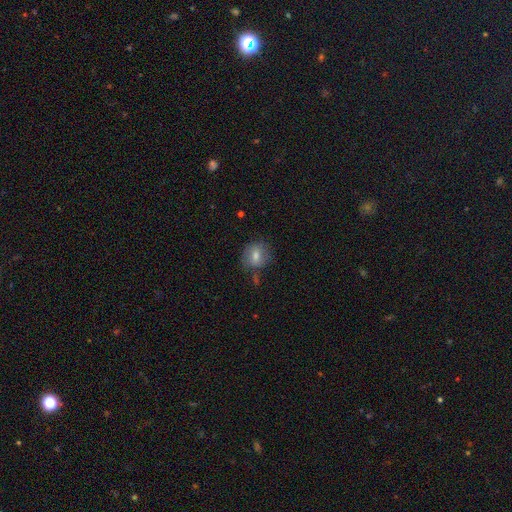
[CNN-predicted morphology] This appears to be a smooth galaxy with no disk features (60%) that is round (70%). Merging: none (71%).